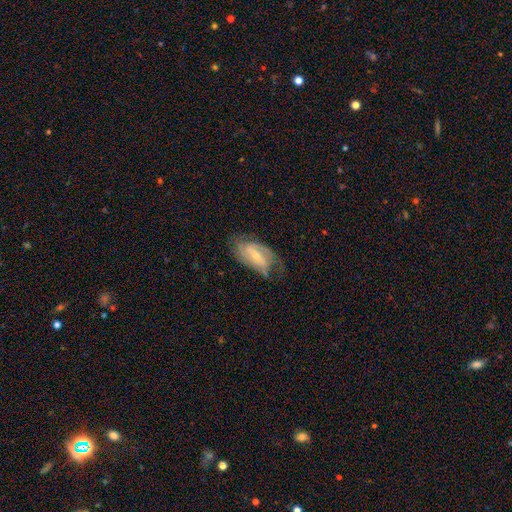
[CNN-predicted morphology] A featured or disk galaxy (78%) with a weak bar (43%), 2 (59%) medium (43%) spiral arms (90%) and a small central bulge (61%). Merging: none (61%).